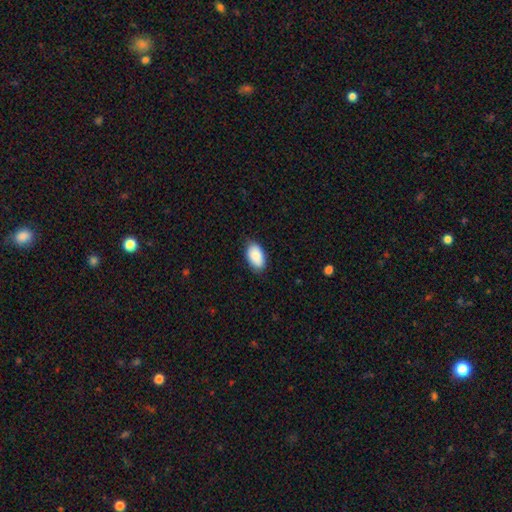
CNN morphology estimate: smooth 87%, featured or disk 7%, star or artifact 6%. Down the decision tree: how rounded — in between (94%); merging — none (84%).